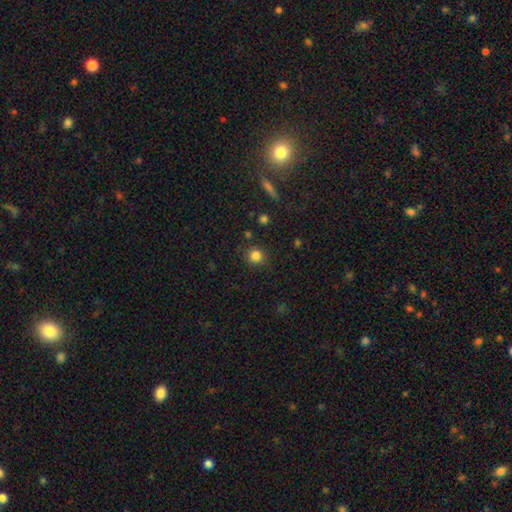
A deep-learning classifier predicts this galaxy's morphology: This is clearly a smooth galaxy (83%). How rounded: clearly round (89%). Merging: clearly none (87%).